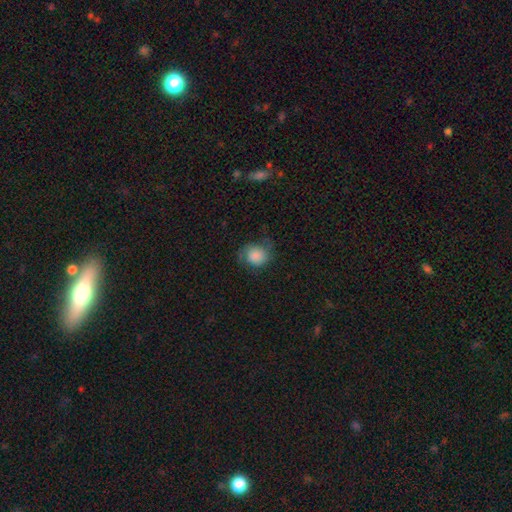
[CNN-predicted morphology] type=smooth (62%); roundness=round (72%); merging=none (62%).